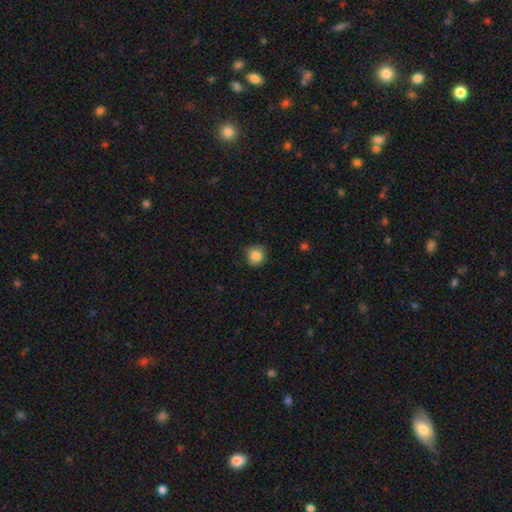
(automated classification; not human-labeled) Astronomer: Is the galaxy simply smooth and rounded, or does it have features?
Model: smooth — 84%.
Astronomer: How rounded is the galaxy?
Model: round — 88%.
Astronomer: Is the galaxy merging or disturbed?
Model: none — 75%.